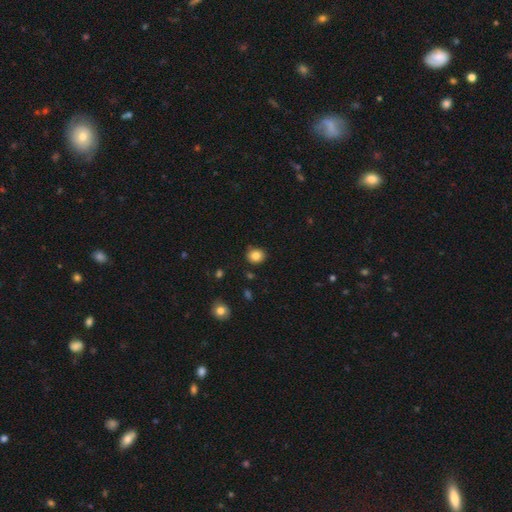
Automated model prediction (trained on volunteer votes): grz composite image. It shows a smooth galaxy with no disk features (83%) that is round (76%). Merging: none (86%).